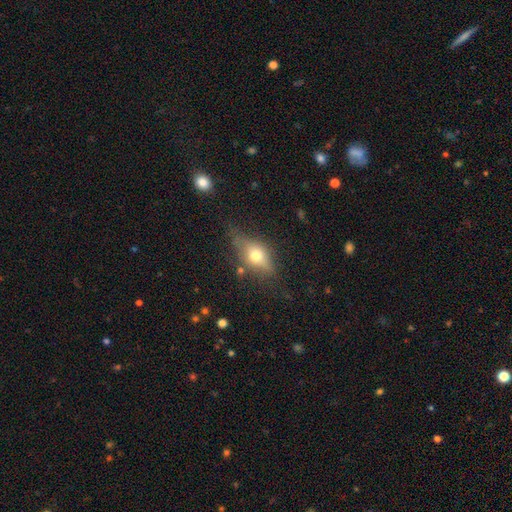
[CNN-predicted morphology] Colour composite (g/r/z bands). It shows a smooth galaxy with no disk features (54%) that is in between round and cigar-shaped (73%). Merging: none (59%).